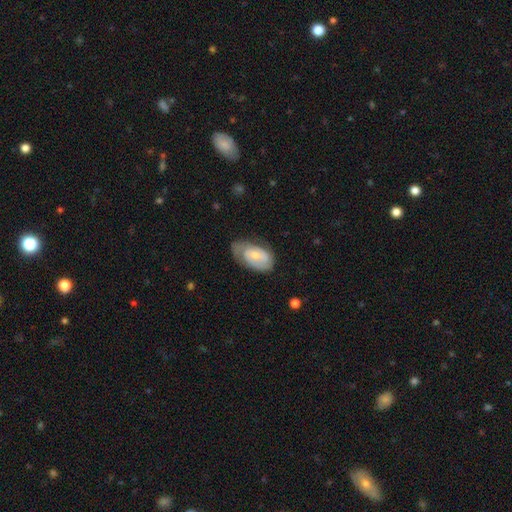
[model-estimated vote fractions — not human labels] A featured or disk galaxy (58%) with no bar (65%), spiral arms (78%) and a small central bulge (50%). Merging: none (54%).